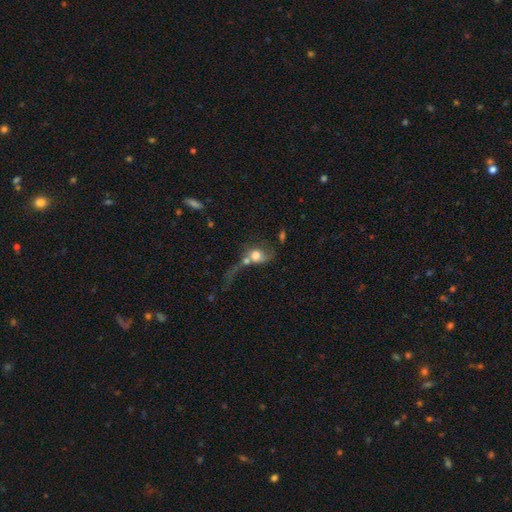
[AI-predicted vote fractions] A smooth galaxy with no disk features (60%) that is round (52%). Merging: merger (48%).